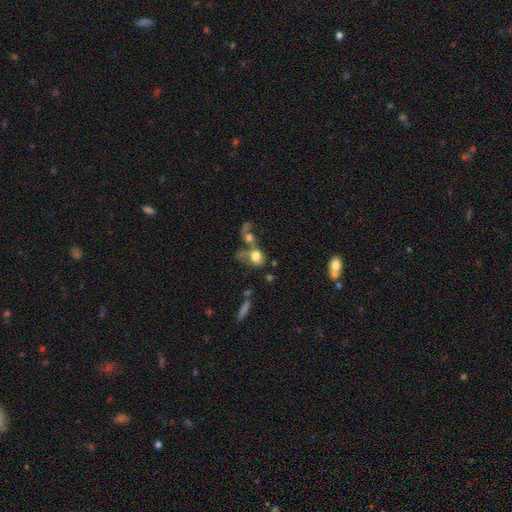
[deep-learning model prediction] This appears to be a smooth galaxy with no disk features (65%) that is in between round and cigar-shaped (58%). Merging: merger (57%).